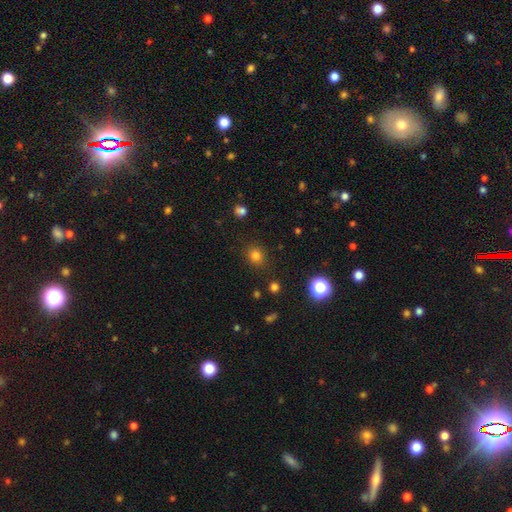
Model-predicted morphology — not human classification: Smooth or featured? Predicted: smooth (p=0.79). How rounded? Predicted: round (p=0.75). Merging? Predicted: none (p=0.86).